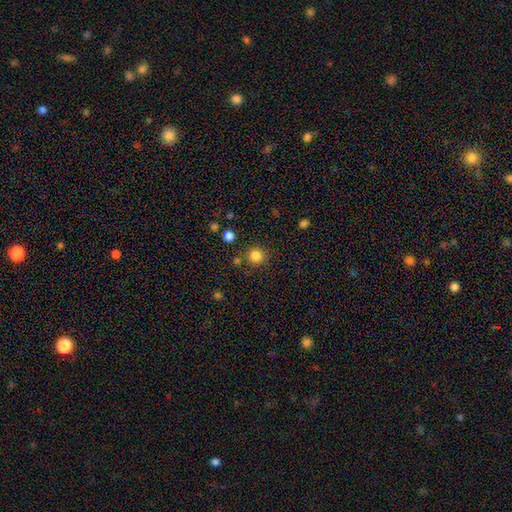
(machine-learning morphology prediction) This appears to be a smooth galaxy with no disk features (84%) that is round (92%). Merging: none (83%).